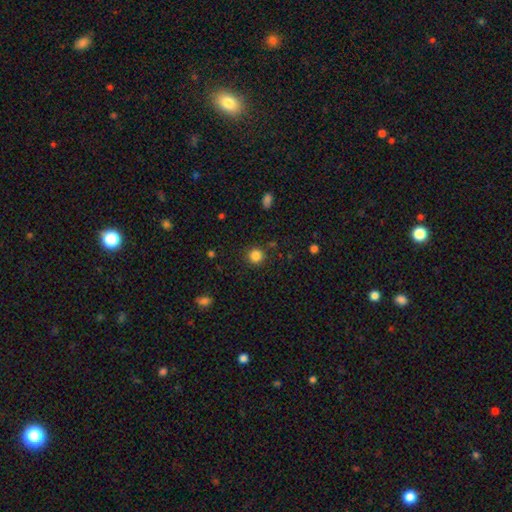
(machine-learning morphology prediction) This appears to be a smooth galaxy with no disk features (84%) that is round (93%). Merging: none (89%).